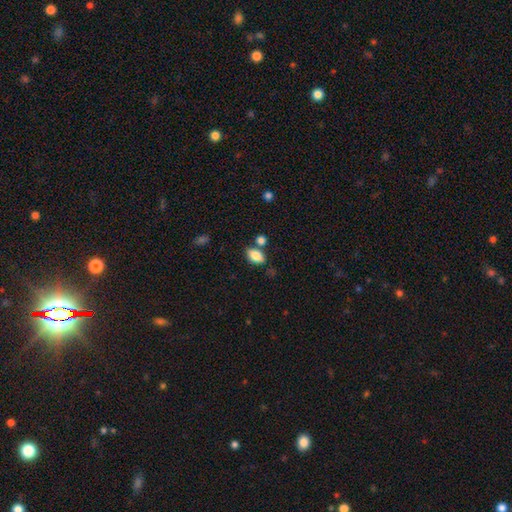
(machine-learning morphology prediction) A smooth galaxy with no disk features (84%) that is in between round and cigar-shaped (87%). Merging: none (66%).